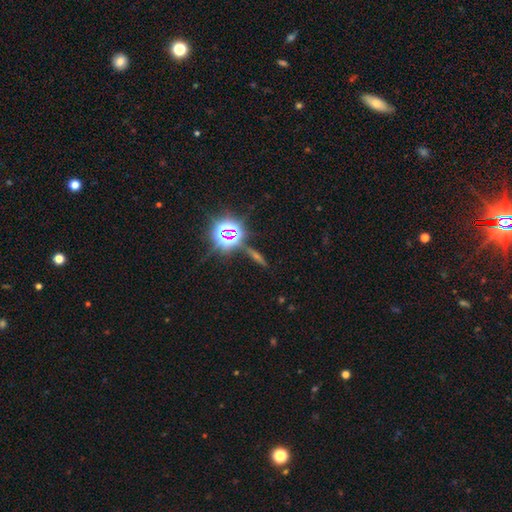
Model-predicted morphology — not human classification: Smooth or featured? star or artifact (58%)